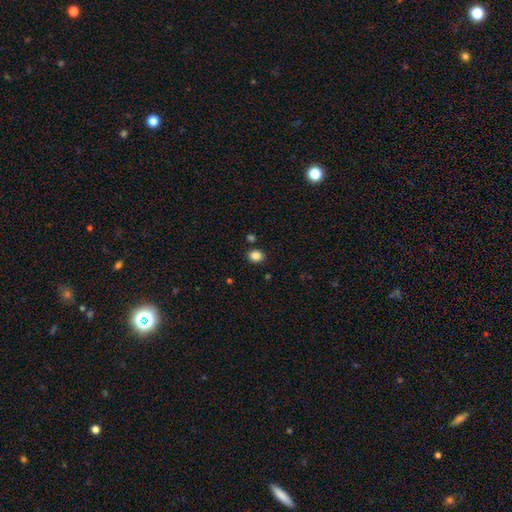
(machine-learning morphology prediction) The model was most divided on "how rounded": round: 62%, in between: 38%, cigar-shaped: 1%. More confident: smooth or featured — smooth (85%); merging — none (85%).